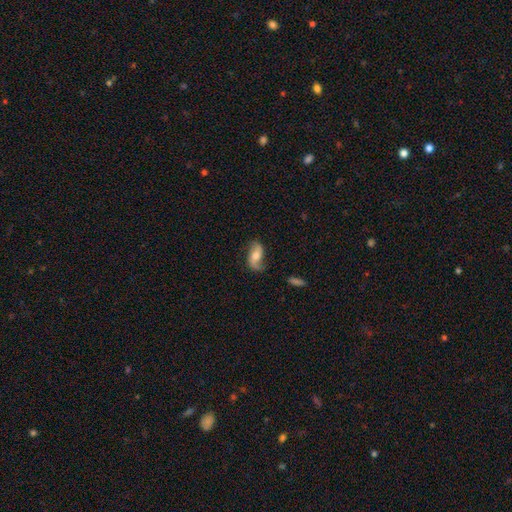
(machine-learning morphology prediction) Overall: featured or disk (72%). Edge-on disk: no (95%). Bar: no (48%; weak 37%). Spiral arms: yes (93%). Spiral arm count: 2 (89%). Spiral winding: loose (74%). Bulge size: moderate (59%; small 22%). Merging: none (70%).